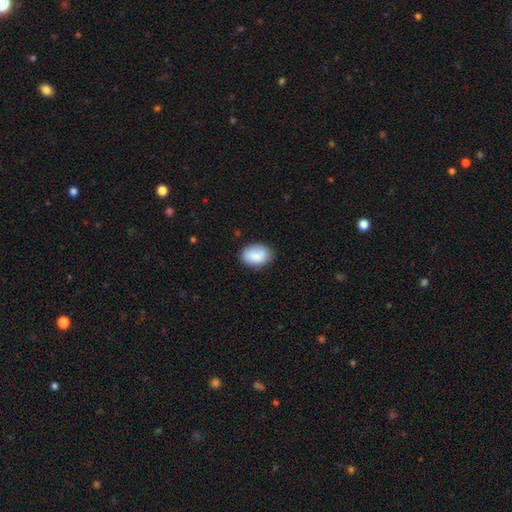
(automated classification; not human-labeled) Smooth or featured?
  - smooth: 86% *
  - featured or disk: 8%
  - star or artifact: 7%
How rounded?
  - in between: 81% *
  - round: 18%
  - cigar-shaped: 1%
Merging?
  - none: 77% *
  - minor disturbance: 18%
  - major disturbance: 4%
  - merger: 2%